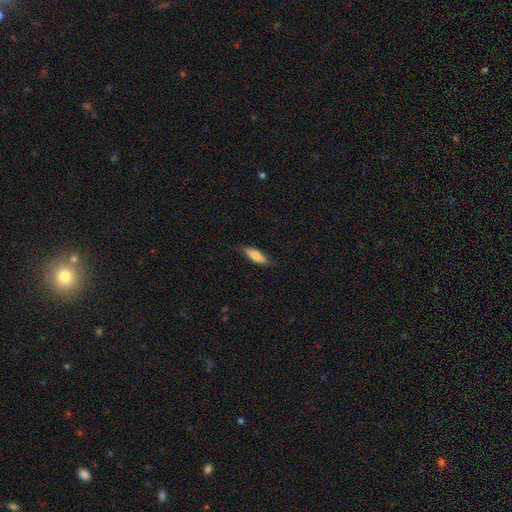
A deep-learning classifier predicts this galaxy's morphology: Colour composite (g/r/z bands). It shows a smooth galaxy with no disk features (72%) that is in between round and cigar-shaped (55%). Merging: none (80%).